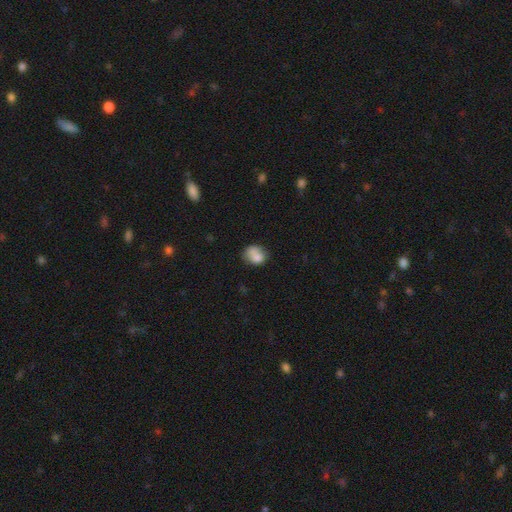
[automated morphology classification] Overall: smooth (76%). How rounded: round (56%; in between 43%). Merging: none (44%; merger 24%).